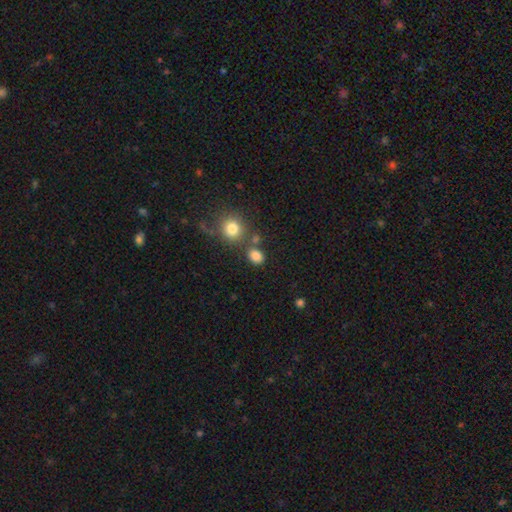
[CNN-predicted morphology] Overall: smooth (83%). How rounded: round (54%; in between 44%). Merging: none (68%).